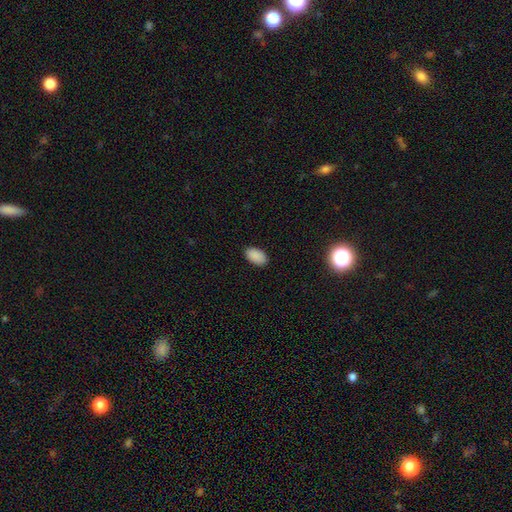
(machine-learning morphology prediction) The model was most divided on "merging": none: 88%, minor disturbance: 9%, major disturbance: 2%, merger: 1%. More confident: how rounded — in between (94%); smooth or featured — smooth (89%).